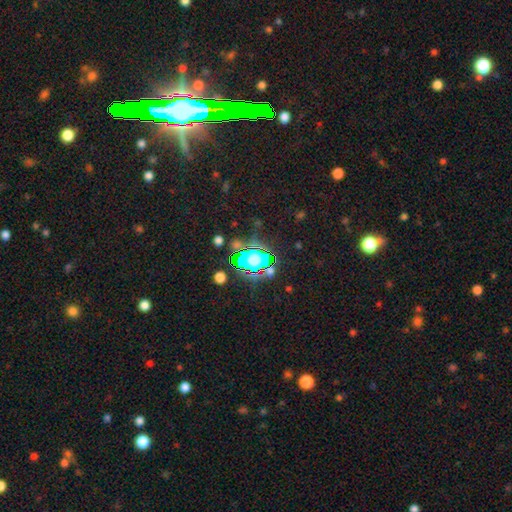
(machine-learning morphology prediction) This appears to be a star or artifact, not a galaxy (82%).